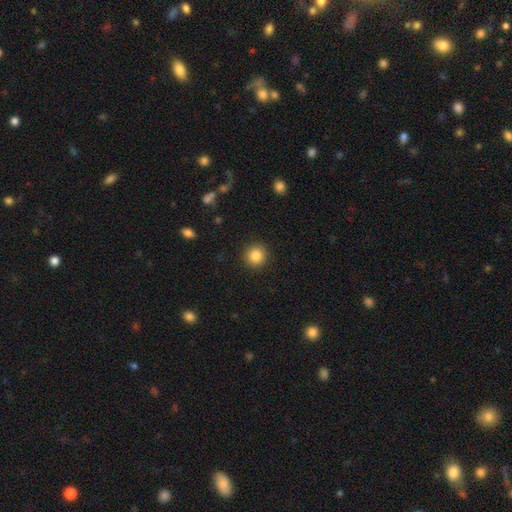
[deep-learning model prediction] smooth-or-featured: smooth: 86% | star or artifact: 10% | featured or disk: 5%
  how-rounded: round: 93% | in between: 6% | cigar-shaped: 1%
  merging: none: 92% | minor disturbance: 5% | major disturbance: 2% | merger: 1%